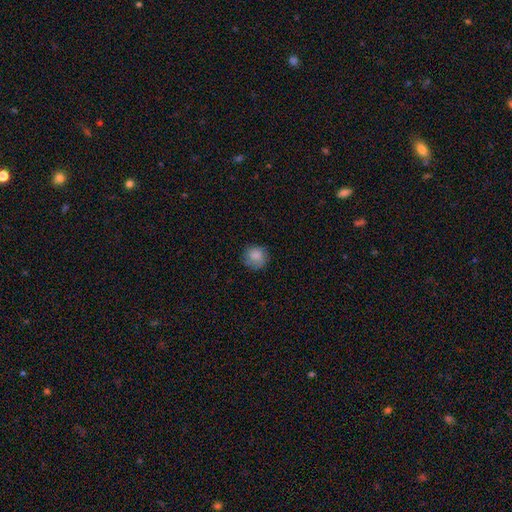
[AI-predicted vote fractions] The model was most divided on "merging": none: 78%, minor disturbance: 17%, major disturbance: 4%, merger: 1%. More confident: how rounded — round (90%); smooth or featured — smooth (86%).